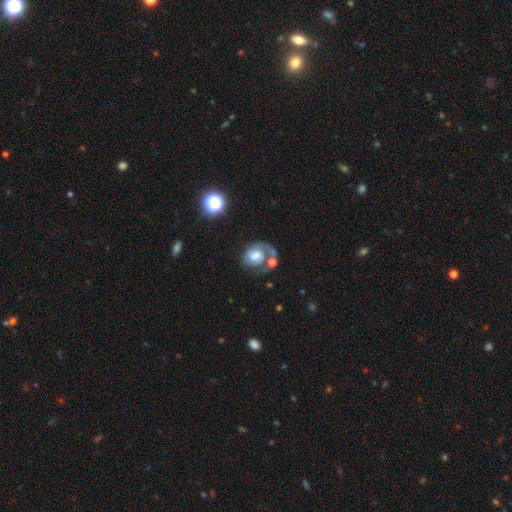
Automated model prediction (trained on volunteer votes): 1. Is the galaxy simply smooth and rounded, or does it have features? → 67% featured or disk, 24% smooth, 9% star or artifact.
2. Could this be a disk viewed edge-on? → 98% no, 2% yes.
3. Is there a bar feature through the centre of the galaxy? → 53% no, 38% weak, 9% strong.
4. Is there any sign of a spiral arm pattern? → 85% yes, 15% no.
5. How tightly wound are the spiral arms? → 46% tight, 37% medium, 17% loose.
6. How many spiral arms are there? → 55% 1, 31% 2, 11% can't tell, 2% 3, 1% 4, 1% more than 4.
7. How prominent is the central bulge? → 38% moderate, 24% large, 20% small, 13% none, 4% dominant.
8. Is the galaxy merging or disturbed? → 39% none, 25% major disturbance, 19% merger, 17% minor disturbance.